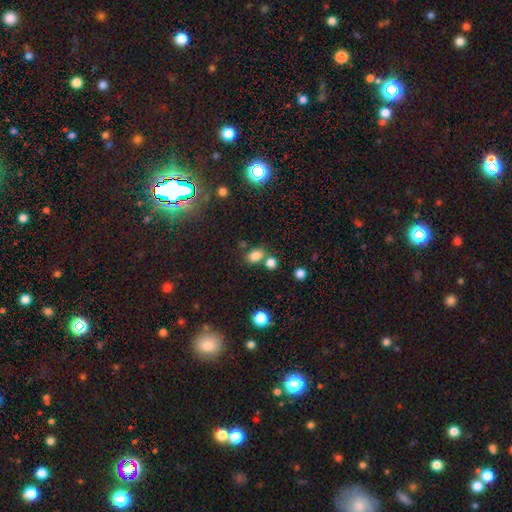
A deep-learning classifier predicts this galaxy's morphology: smooth 78%, star or artifact 15%, featured or disk 6%. Down the decision tree: how rounded — in between (64%); merging — none (60%).